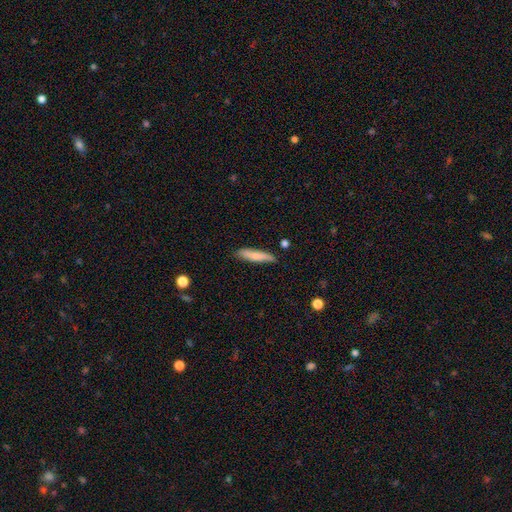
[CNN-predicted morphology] smooth_or_featured: smooth (p=0.72) [alt: featured or disk p=0.23]
how_rounded: cigar-shaped (p=0.83) [alt: in between p=0.15]
merging: none (p=0.81) [alt: minor disturbance p=0.14]